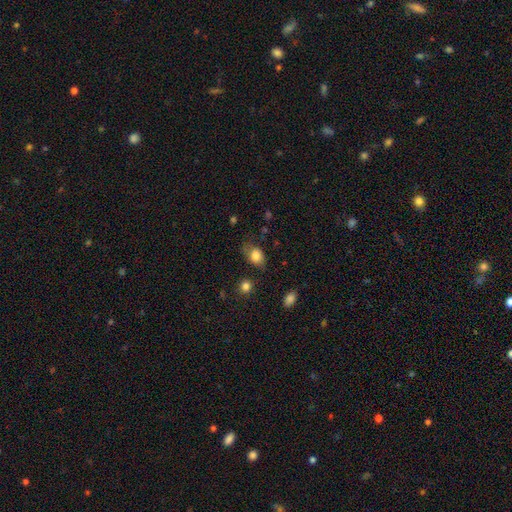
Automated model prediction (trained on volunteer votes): smooth-or-featured: smooth: 80% | featured or disk: 12% | star or artifact: 9%
  how-rounded: in between: 69% | round: 29% | cigar-shaped: 1%
  merging: none: 62% | minor disturbance: 26% | major disturbance: 10% | merger: 2%